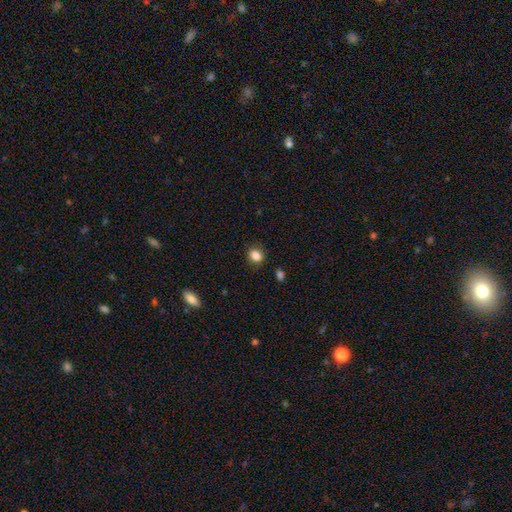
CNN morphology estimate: smooth-or-featured: smooth: 85% | star or artifact: 11% | featured or disk: 5%
  how-rounded: round: 66% | in between: 33% | cigar-shaped: 1%
  merging: none: 87% | minor disturbance: 9% | major disturbance: 2% | merger: 1%